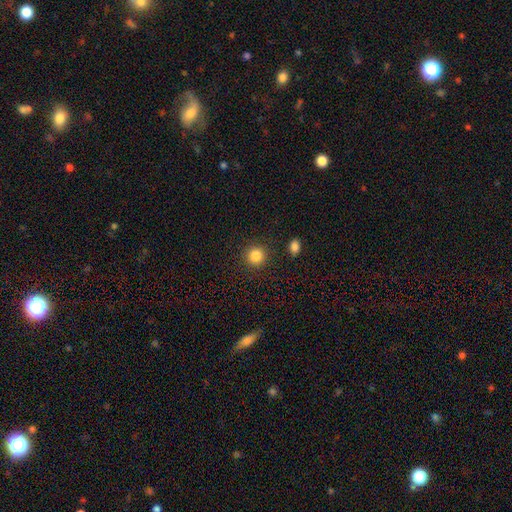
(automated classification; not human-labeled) This appears to be a smooth galaxy with no disk features (86%) that is round (92%). Merging: none (89%).